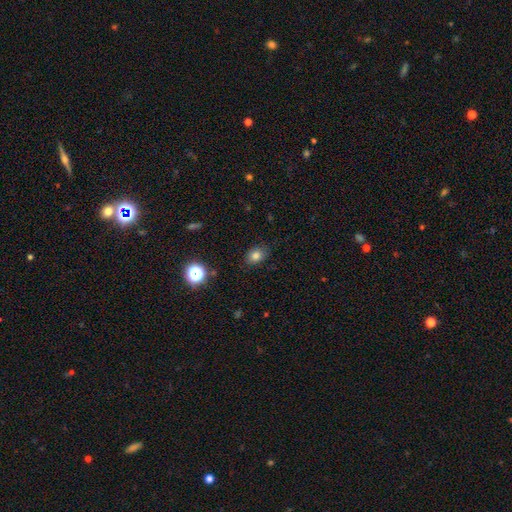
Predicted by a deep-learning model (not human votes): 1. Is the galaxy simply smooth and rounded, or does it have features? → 79% smooth, 14% star or artifact, 7% featured or disk.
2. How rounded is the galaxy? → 65% in between, 34% round, 1% cigar-shaped.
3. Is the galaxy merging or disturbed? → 83% none, 12% minor disturbance, 3% major disturbance, 1% merger.